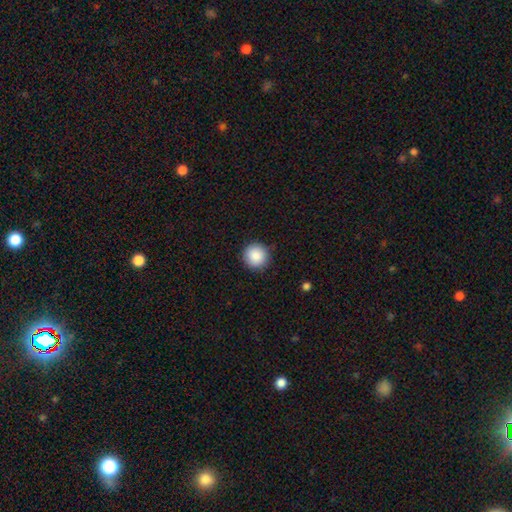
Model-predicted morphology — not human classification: Smooth or featured: smooth — 88% (star or artifact — 8%)
How rounded: round — 96% (in between — 4%)
Merging: none — 91% (minor disturbance — 6%)